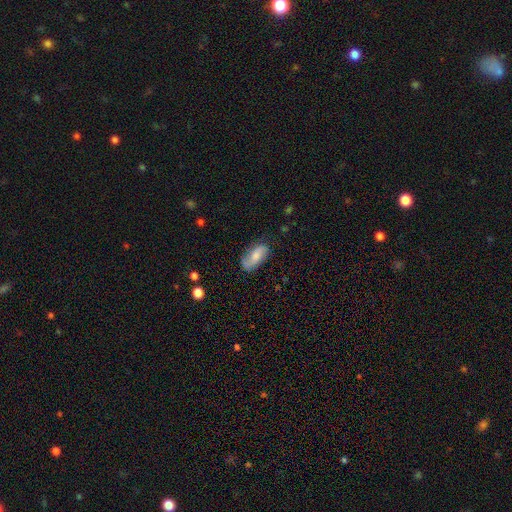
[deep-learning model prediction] Q: Smooth or featured?
A: smooth (49%); runner-up: featured or disk (43%)
Q: Merging?
A: none (64%); runner-up: minor disturbance (25%)